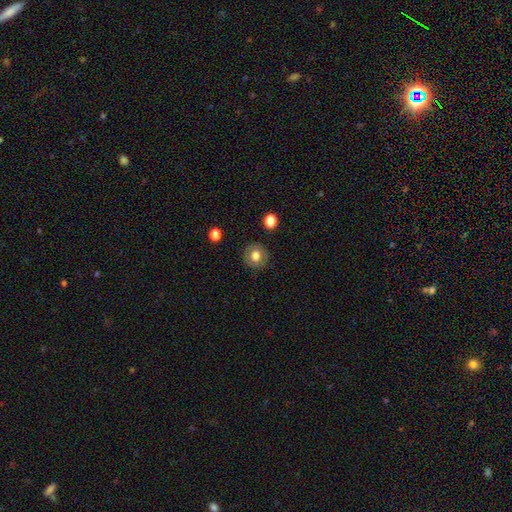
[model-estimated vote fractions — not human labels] smooth_or_featured: smooth (p=0.71) [alt: featured or disk p=0.20]
how_rounded: round (p=0.87) [alt: in between p=0.12]
merging: none (p=0.87) [alt: minor disturbance p=0.09]